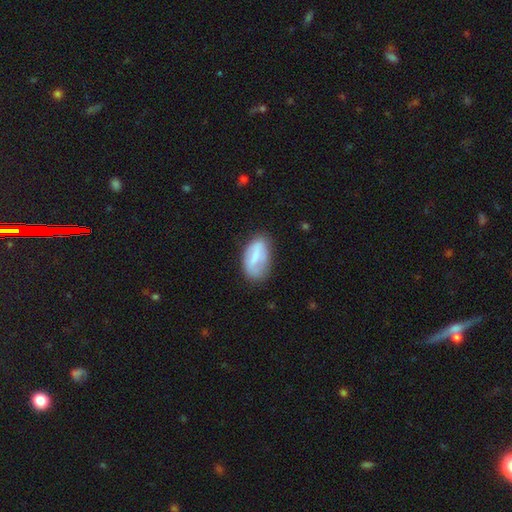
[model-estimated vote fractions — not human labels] This is likely a smooth galaxy (65%). How rounded: clearly in between (92%). Merging: likely none (63%).